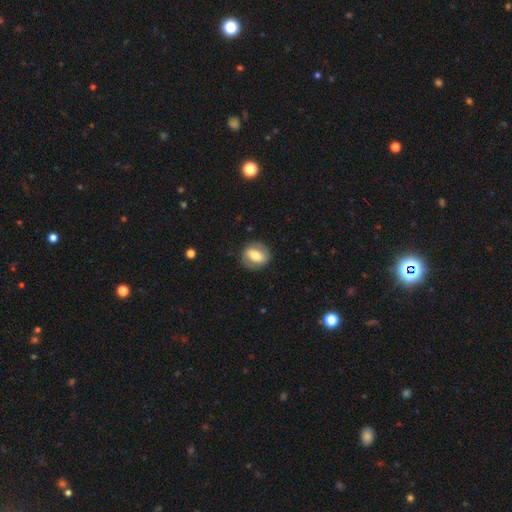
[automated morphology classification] This is possibly a smooth galaxy (58%). How rounded: possibly in between (59%). Merging: clearly none (81%).